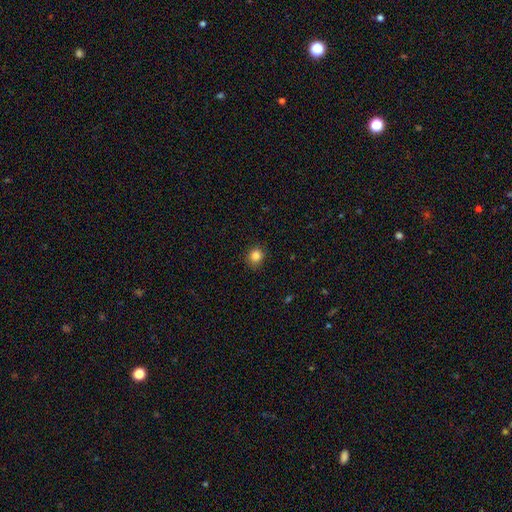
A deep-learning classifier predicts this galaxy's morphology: The model was most divided on "how rounded": round: 82%, in between: 17%, cigar-shaped: 1%. More confident: merging — none (87%); smooth or featured — smooth (85%).